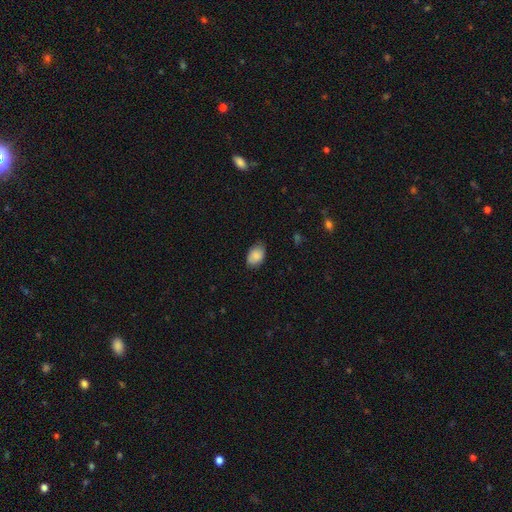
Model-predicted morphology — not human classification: The model was most divided on "merging": none: 77%, minor disturbance: 19%, major disturbance: 3%, merger: 1%. More confident: how rounded — in between (88%); smooth or featured — smooth (86%).